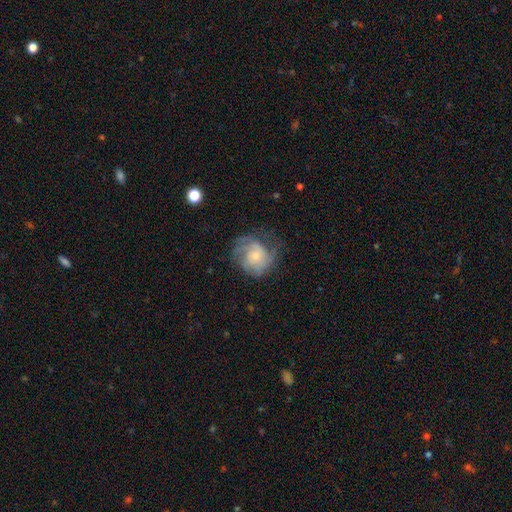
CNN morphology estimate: Smooth or featured? Predicted: featured or disk (p=0.61). Edge-on disk? Predicted: no (p=0.98). Bar? Predicted: no (p=0.78). Spiral arms? Predicted: yes (p=0.85). Spiral winding? Predicted: tight (p=0.40, tied with medium). Spiral arm count? Predicted: can't tell (p=0.35). Bulge size? Predicted: small (p=0.51). Merging? Predicted: none (p=0.55).